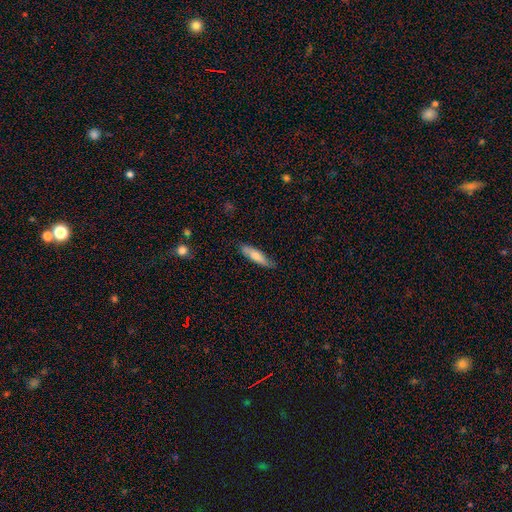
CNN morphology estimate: A smooth galaxy with no disk features (75%) that is cigar-shaped (72%). Merging: none (82%).